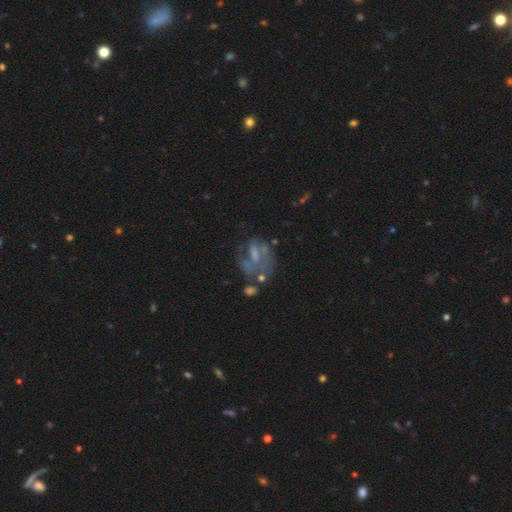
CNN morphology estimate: Smooth or featured? Predicted: featured or disk (p=0.65). Edge-on disk? Predicted: no (p=0.97). Bar? Predicted: no (p=0.48). Spiral arms? Predicted: yes (p=0.53). Bulge size? Predicted: none (p=0.39). Merging? Predicted: none (p=0.37).